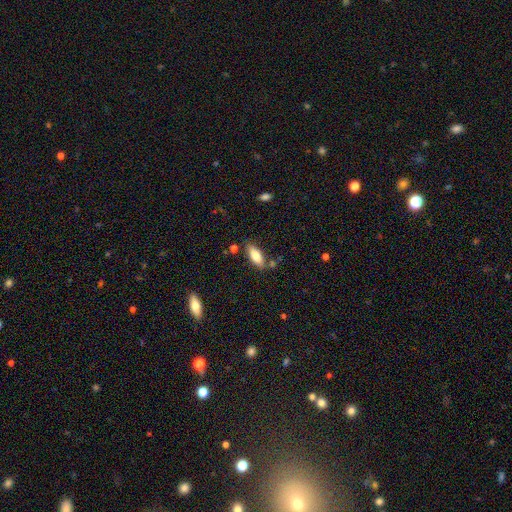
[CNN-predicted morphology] Smooth or featured?
  - smooth: 79% *
  - featured or disk: 15%
  - star or artifact: 7%
How rounded?
  - in between: 73% *
  - cigar-shaped: 25%
  - round: 2%
Merging?
  - none: 78% *
  - minor disturbance: 13%
  - merger: 5%
  - major disturbance: 3%